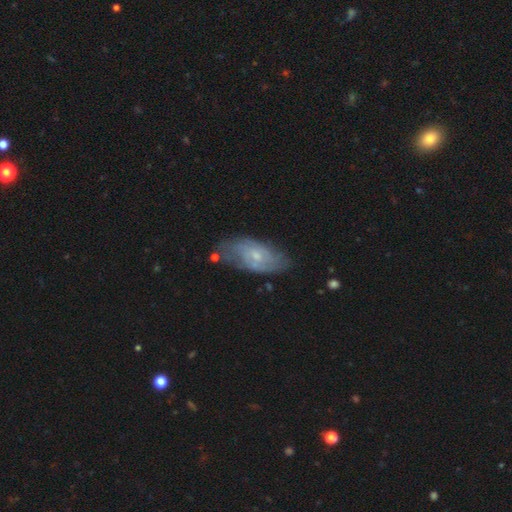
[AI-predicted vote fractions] A featured or disk galaxy (60%) with no bar (63%), spiral arms (77%) and a small central bulge (63%). Merging: none (63%).